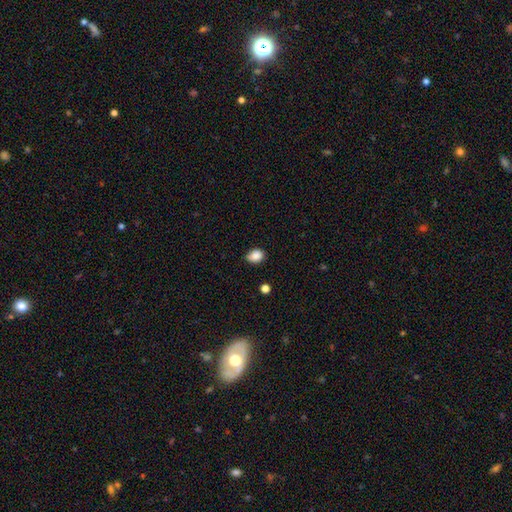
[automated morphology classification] smooth-or-featured: smooth: 87% | star or artifact: 9% | featured or disk: 4%
  how-rounded: in between: 57% | round: 42% | cigar-shaped: 1%
  merging: none: 75% | minor disturbance: 20% | major disturbance: 3% | merger: 2%